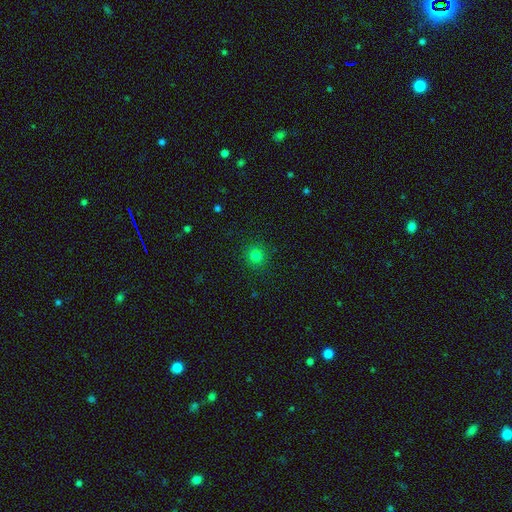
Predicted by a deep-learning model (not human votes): smooth-or-featured: smooth: 80% | star or artifact: 15% | featured or disk: 5%
  how-rounded: round: 91% | in between: 8% | cigar-shaped: 1%
  merging: none: 90% | minor disturbance: 7% | major disturbance: 2% | merger: 1%